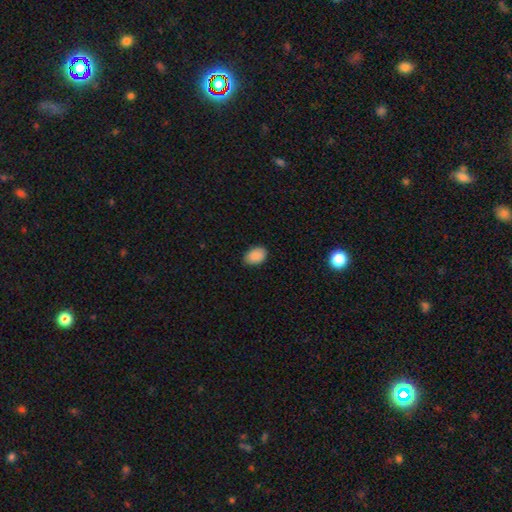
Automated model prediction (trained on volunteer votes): Q: Smooth or featured?
A: smooth (88%); runner-up: star or artifact (8%)
Q: How rounded?
A: in between (84%); runner-up: round (15%)
Q: Merging?
A: none (83%); runner-up: minor disturbance (14%)